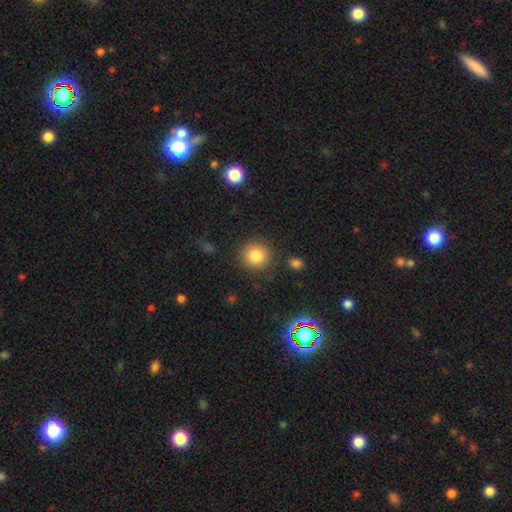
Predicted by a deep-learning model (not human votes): This appears to be a smooth galaxy with no disk features (83%) that is round (92%). Merging: none (87%).